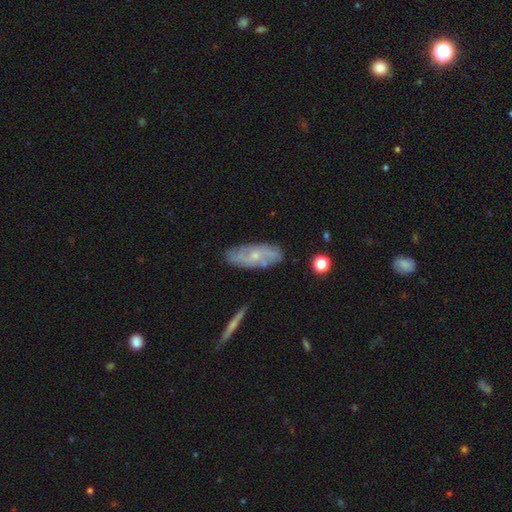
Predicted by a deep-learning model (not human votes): featured or disk 64%, smooth 29%, star or artifact 7%. Down the decision tree: edge-on disk — no (85%); bar — no (75%); spiral arms — yes (77%); bulge size — small (68%); merging — none (79%).